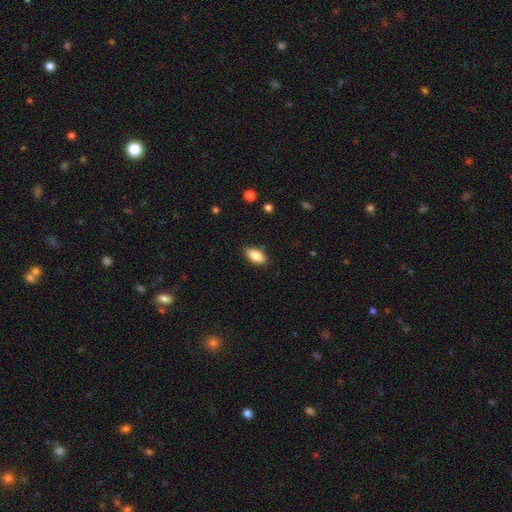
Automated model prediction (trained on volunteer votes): smooth 85%, featured or disk 7%, star or artifact 7%. Down the decision tree: how rounded — in between (91%); merging — none (87%).